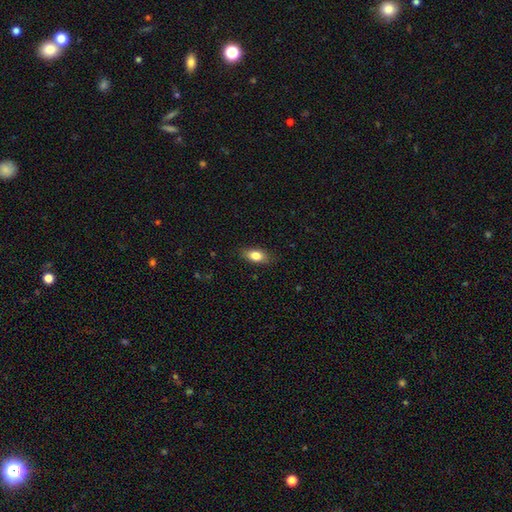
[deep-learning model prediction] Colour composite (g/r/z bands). It shows a smooth galaxy with no disk features (81%) that is in between round and cigar-shaped (84%). Merging: none (85%).